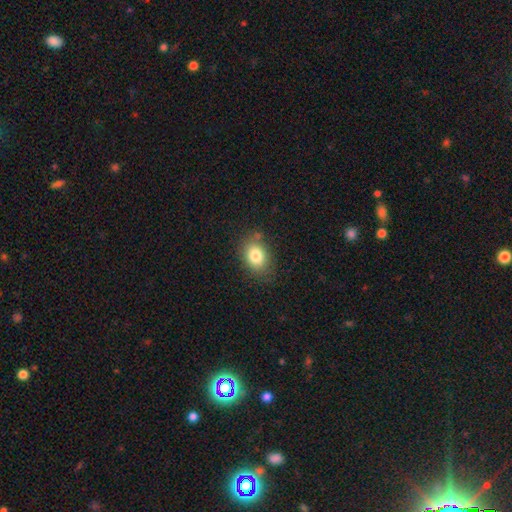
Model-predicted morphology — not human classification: Q: Smooth or featured?
A: smooth (80%); runner-up: featured or disk (10%)
Q: How rounded?
A: in between (67%); runner-up: round (31%)
Q: Merging?
A: none (77%); runner-up: minor disturbance (16%)